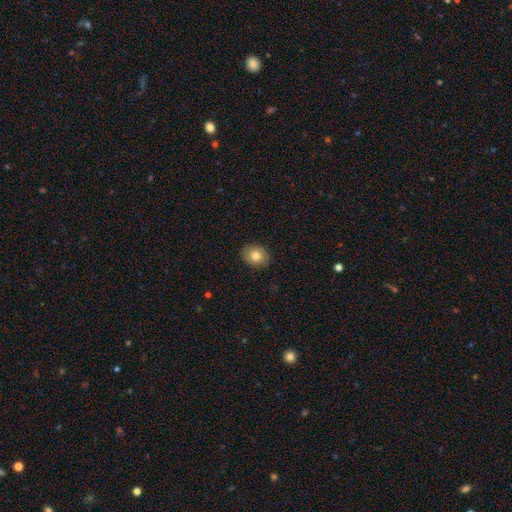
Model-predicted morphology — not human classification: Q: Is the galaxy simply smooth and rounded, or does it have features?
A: smooth — 80%.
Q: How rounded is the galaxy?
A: round — 56%.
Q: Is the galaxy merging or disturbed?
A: none — 89%.